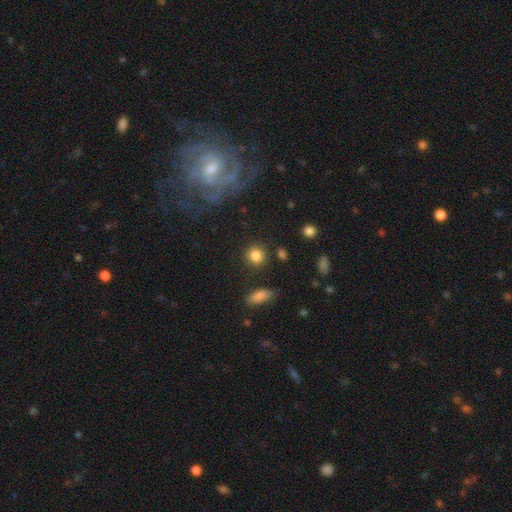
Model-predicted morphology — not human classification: The model was most divided on "how rounded": round: 86%, in between: 13%, cigar-shaped: 1%. More confident: merging — none (85%); smooth or featured — smooth (85%).